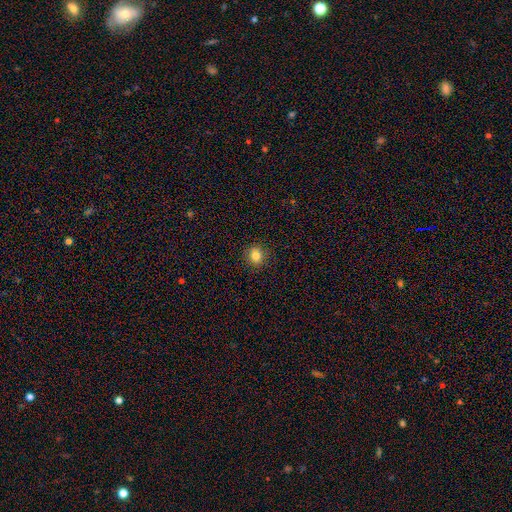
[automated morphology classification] Smooth or featured? Predicted: smooth (p=0.83). How rounded? Predicted: round (p=0.79). Merging? Predicted: none (p=0.90).